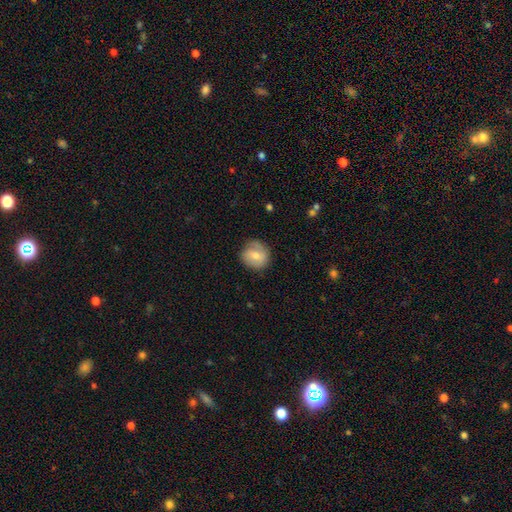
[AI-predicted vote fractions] The model was most divided on "smooth or featured": smooth: 59%, featured or disk: 34%, star or artifact: 7%. More confident: how rounded — round (87%); merging — none (74%).